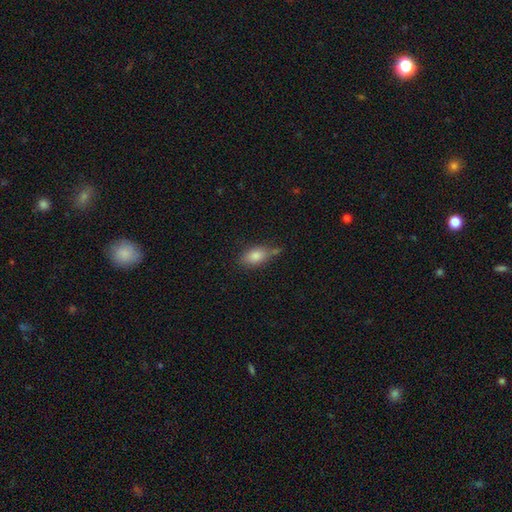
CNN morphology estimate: type=smooth (80%); roundness=in between (84%); merging=none (59%).